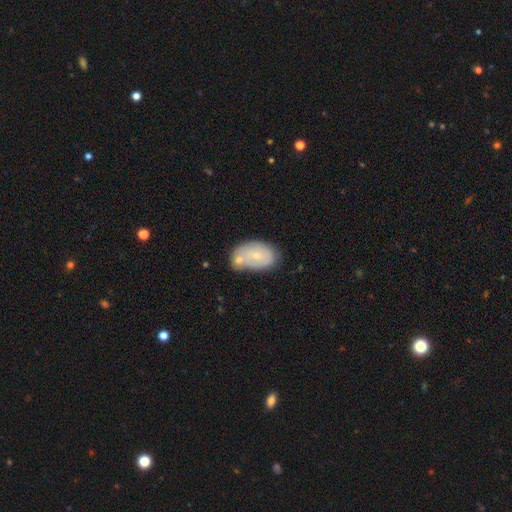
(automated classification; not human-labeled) smooth-or-featured: smooth: 58% | featured or disk: 34% | star or artifact: 7%
  how-rounded: in between: 86% | round: 13% | cigar-shaped: 1%
  merging: none: 43% | merger: 30% | minor disturbance: 21% | major disturbance: 6%